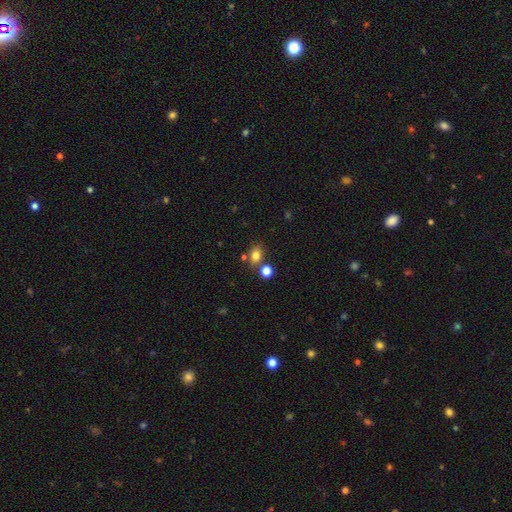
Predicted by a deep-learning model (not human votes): A smooth galaxy with no disk features (79%) that is in between round and cigar-shaped (59%).

Vote fractions:
- Smooth or featured? smooth: 79% / star or artifact: 14% / featured or disk: 7%
- How rounded? in between: 59% / round: 40% / cigar-shaped: 2%
- Merging? none: 66% / merger: 17% / minor disturbance: 13% / major disturbance: 4%